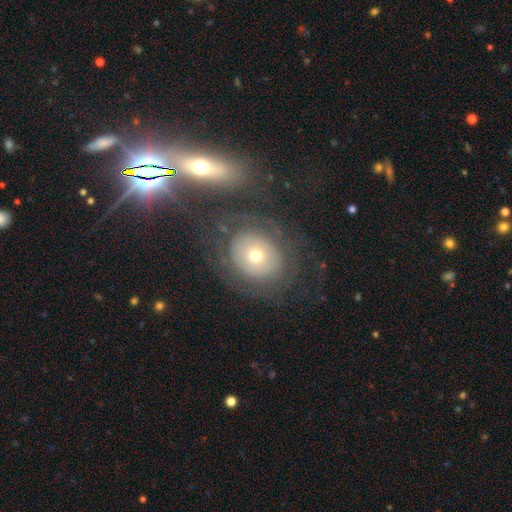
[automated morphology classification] Smooth or featured? smooth (45%)
Merging? none (70%)